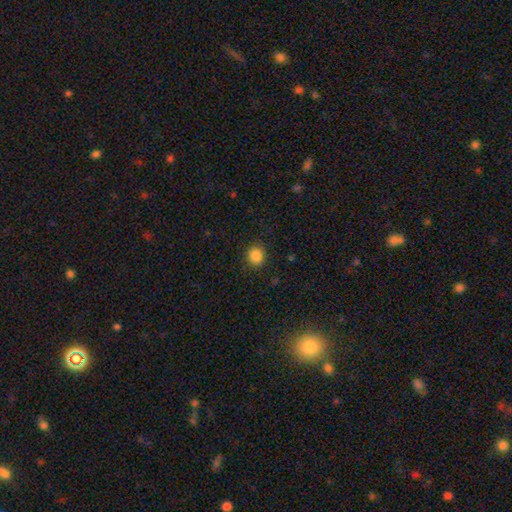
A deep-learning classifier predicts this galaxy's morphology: smooth 86%, star or artifact 10%, featured or disk 4%. Down the decision tree: how rounded — round (82%); merging — none (89%).